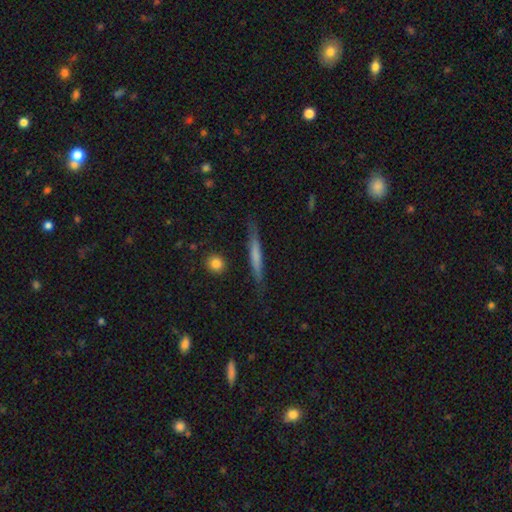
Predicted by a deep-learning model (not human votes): A smooth galaxy with no disk features (56%) that is cigar-shaped (94%).

Vote fractions:
- Smooth or featured? smooth: 56% / featured or disk: 38% / star or artifact: 6%
- How rounded? cigar-shaped: 94% / in between: 4% / round: 2%
- Merging? none: 82% / minor disturbance: 14% / major disturbance: 3% / merger: 2%